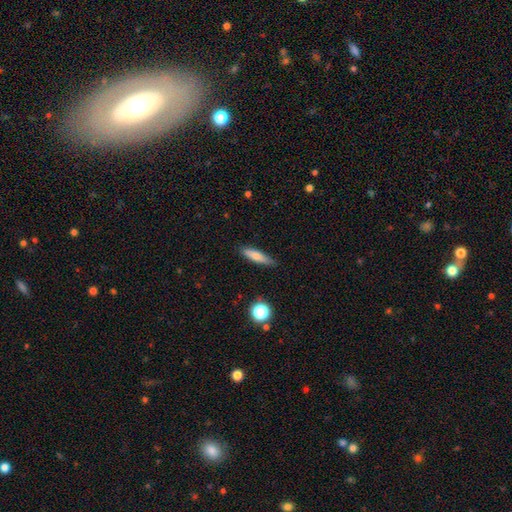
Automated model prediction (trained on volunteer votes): This is likely a smooth galaxy (74%). How rounded: likely cigar-shaped (74%). Merging: clearly none (84%).